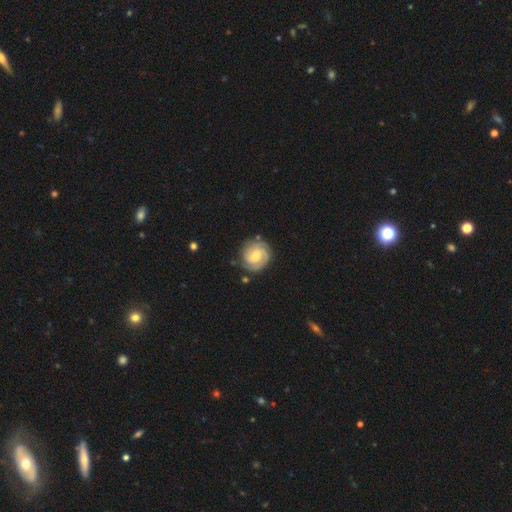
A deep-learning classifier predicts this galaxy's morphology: Q: Smooth or featured?
A: featured or disk (76%); runner-up: smooth (18%)
Q: Edge-on disk?
A: no (98%); runner-up: yes (2%)
Q: Bar?
A: no (51%); runner-up: weak (41%)
Q: Spiral arms?
A: yes (96%); runner-up: no (4%)
Q: Spiral winding?
A: tight (70%); runner-up: medium (25%)
Q: Spiral arm count?
A: 2 (44%); runner-up: 3 (23%)
Q: Bulge size?
A: moderate (47%); runner-up: small (44%)
Q: Merging?
A: none (79%); runner-up: minor disturbance (15%)